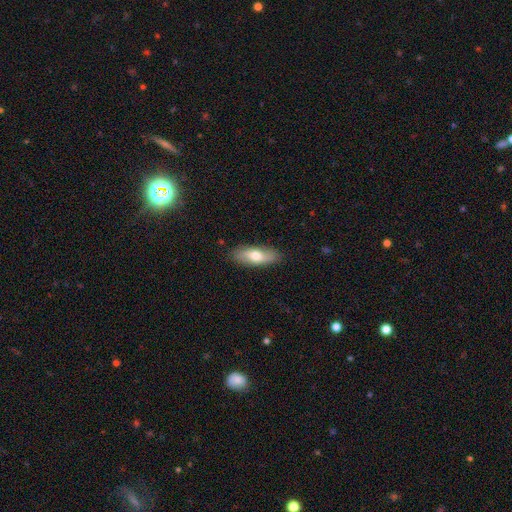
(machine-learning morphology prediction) The model was most divided on "how rounded": in between: 68%, cigar-shaped: 29%, round: 3%. More confident: merging — none (86%); smooth or featured — smooth (68%).